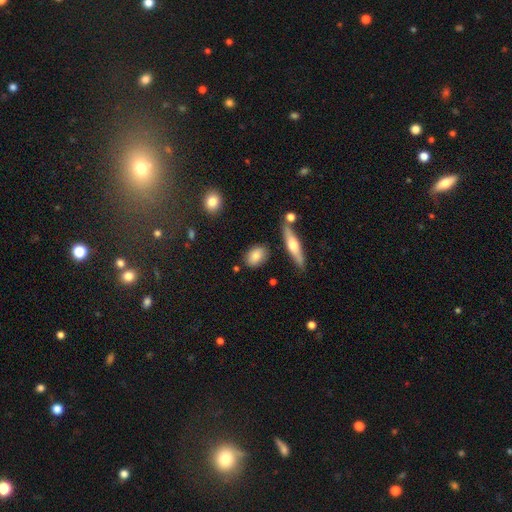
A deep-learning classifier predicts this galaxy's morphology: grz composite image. It shows a smooth galaxy with no disk features (79%) that is in between round and cigar-shaped (73%). Merging: none (80%).